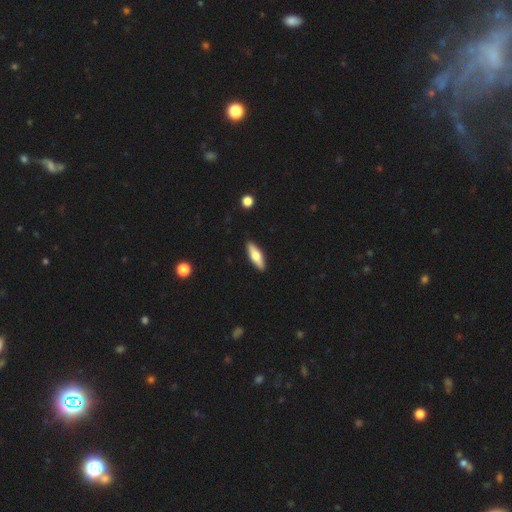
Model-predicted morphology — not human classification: Q: Smooth or featured?
A: smooth (62%); runner-up: featured or disk (33%)
Q: How rounded?
A: cigar-shaped (53%); runner-up: in between (45%)
Q: Merging?
A: none (90%); runner-up: minor disturbance (7%)